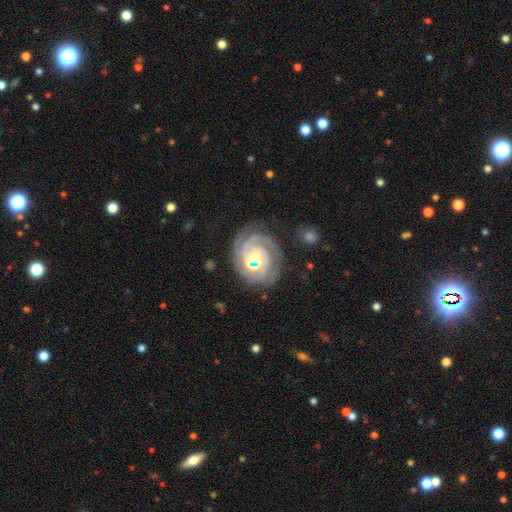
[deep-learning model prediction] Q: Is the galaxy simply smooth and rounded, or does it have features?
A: featured or disk — 86%.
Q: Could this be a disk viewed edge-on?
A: no — 98%.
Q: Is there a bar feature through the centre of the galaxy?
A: weak — 39%, tied with no.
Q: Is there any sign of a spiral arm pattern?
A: yes — 96%.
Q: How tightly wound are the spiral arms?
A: tight — 76%.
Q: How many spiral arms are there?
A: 3 — 30%.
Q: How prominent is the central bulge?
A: moderate — 68%.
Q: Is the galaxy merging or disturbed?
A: none — 71%.